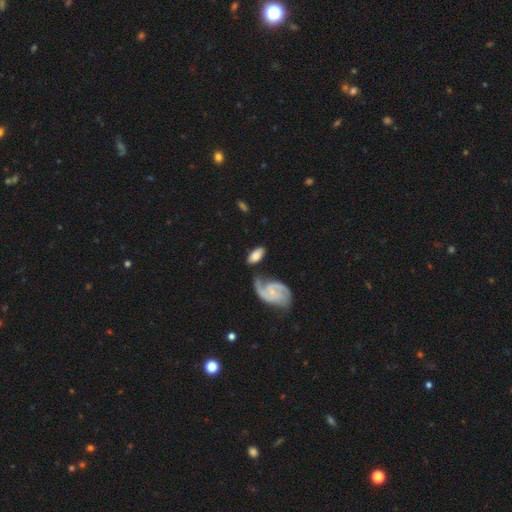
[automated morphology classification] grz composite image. It shows a smooth galaxy with no disk features (60%) that is in between round and cigar-shaped (90%). Merging: none (57%).